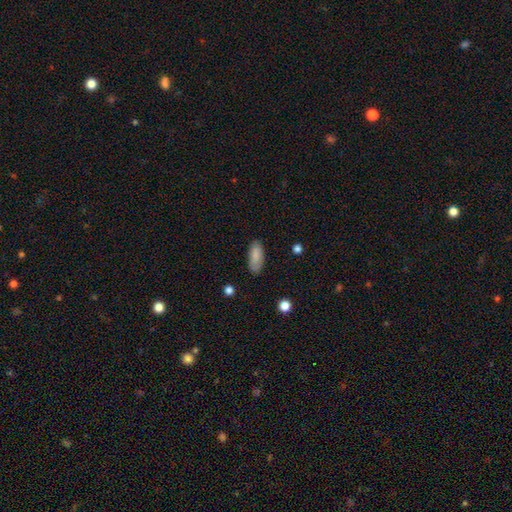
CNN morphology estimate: This is clearly a smooth galaxy (86%). How rounded: clearly in between (81%). Merging: clearly none (83%).